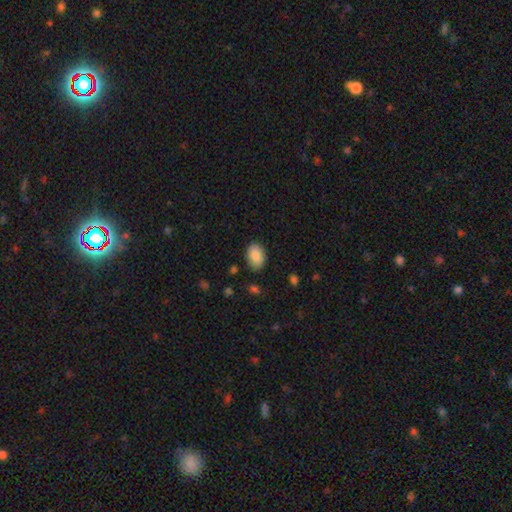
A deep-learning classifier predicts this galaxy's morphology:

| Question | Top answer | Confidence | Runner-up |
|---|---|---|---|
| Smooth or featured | smooth | 89% | star or artifact (7%) |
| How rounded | in between | 87% | round (12%) |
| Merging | none | 85% | minor disturbance (11%) |